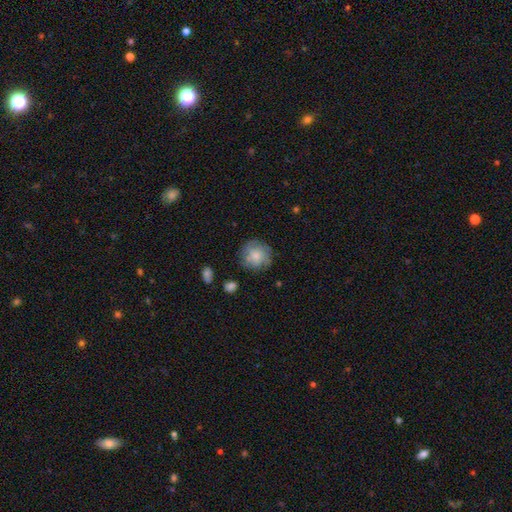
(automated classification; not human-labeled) smooth 67%, featured or disk 25%, star or artifact 8%. Down the decision tree: how rounded — round (90%); merging — none (73%).